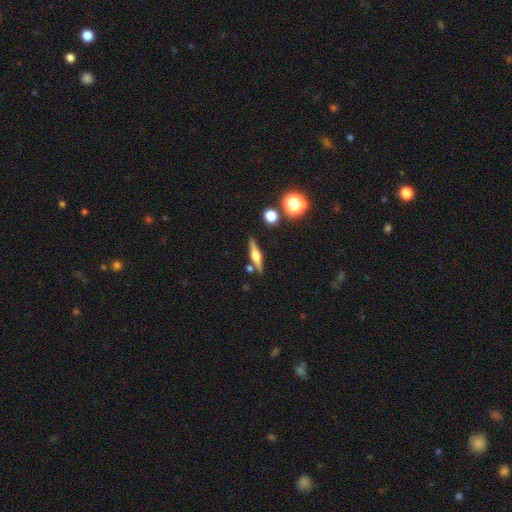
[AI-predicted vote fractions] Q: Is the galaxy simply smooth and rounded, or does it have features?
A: featured or disk — 69%.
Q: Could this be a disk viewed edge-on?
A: yes — 97%.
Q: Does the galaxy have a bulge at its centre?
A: rounded — 90%.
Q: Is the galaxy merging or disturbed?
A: none — 82%.